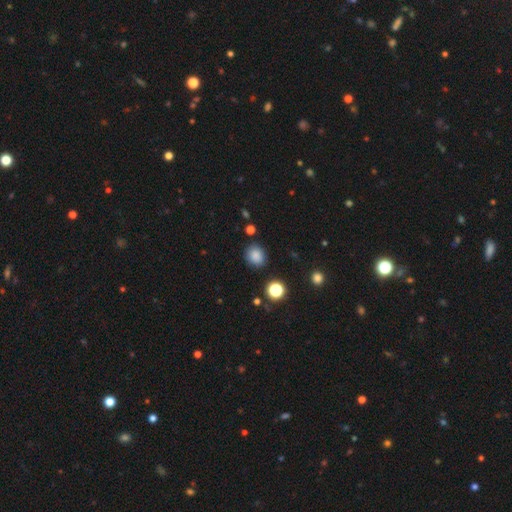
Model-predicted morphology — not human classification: smooth-or-featured: smooth: 84% | star or artifact: 12% | featured or disk: 4%
  how-rounded: round: 67% | in between: 32% | cigar-shaped: 1%
  merging: none: 83% | minor disturbance: 11% | major disturbance: 3% | merger: 3%